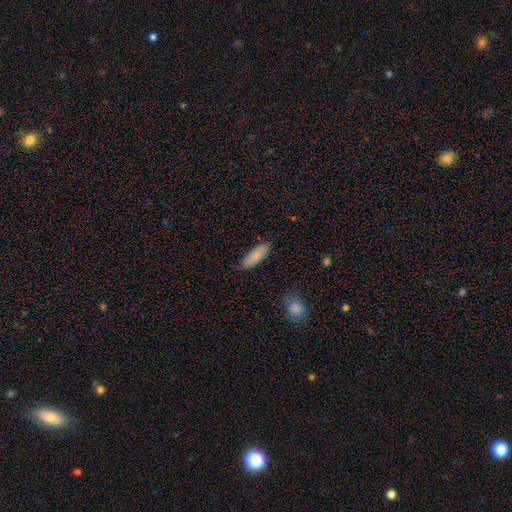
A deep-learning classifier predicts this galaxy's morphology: smooth_or_featured: smooth (p=0.83) [alt: featured or disk p=0.11]
how_rounded: in between (p=0.66) [alt: cigar-shaped p=0.32]
merging: none (p=0.81) [alt: minor disturbance p=0.15]